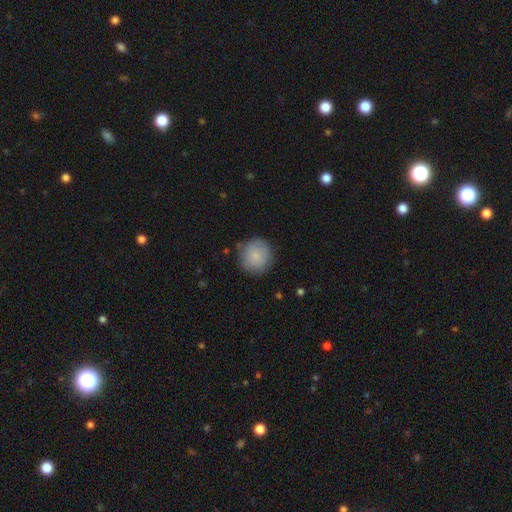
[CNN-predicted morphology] Smooth or featured? Predicted: smooth (p=0.83). How rounded? Predicted: round (p=0.93). Merging? Predicted: none (p=0.78).